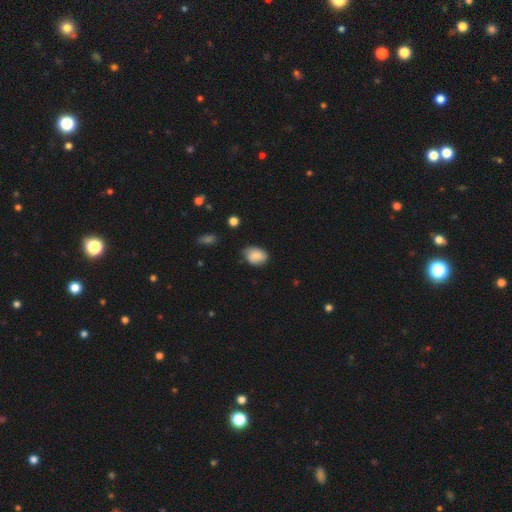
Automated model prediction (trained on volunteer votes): This is clearly a smooth galaxy (80%). How rounded: likely in between (75%). Merging: likely none (65%).